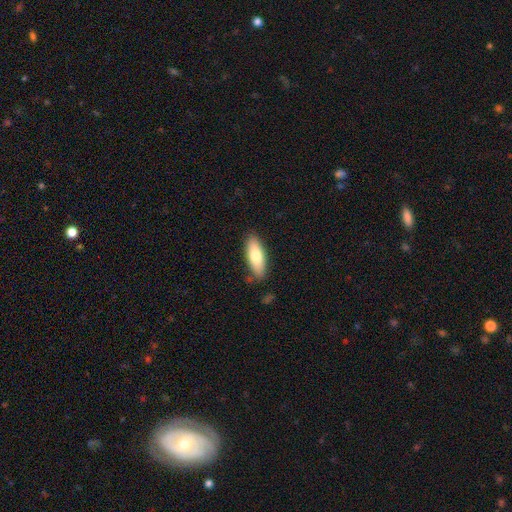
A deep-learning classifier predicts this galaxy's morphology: This is likely a smooth galaxy (76%). How rounded: likely in between (65%). Merging: clearly none (83%).